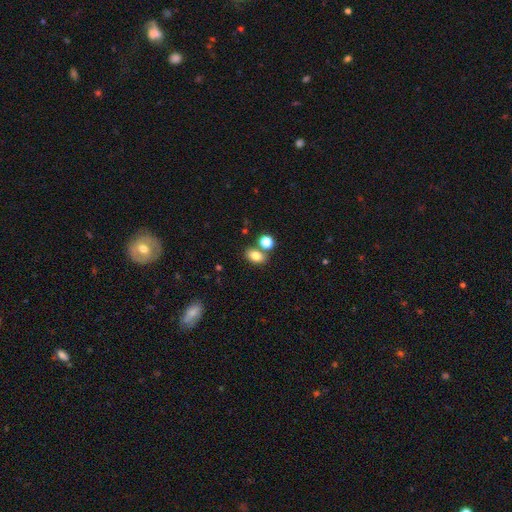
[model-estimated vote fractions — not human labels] A smooth galaxy with no disk features (80%) that is in between round and cigar-shaped (76%).

Vote fractions:
- Smooth or featured? smooth: 80% / star or artifact: 12% / featured or disk: 9%
- How rounded? in between: 76% / round: 22% / cigar-shaped: 2%
- Merging? none: 65% / merger: 21% / minor disturbance: 11% / major disturbance: 3%